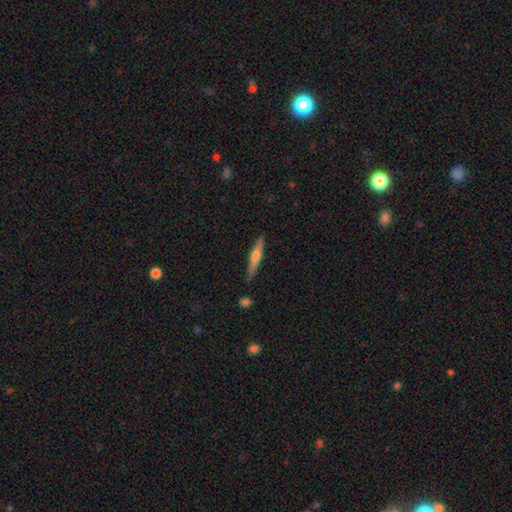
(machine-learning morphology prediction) smooth_or_featured: featured or disk (p=0.51) [alt: smooth p=0.43]
disk_edge_on: yes (p=0.96) [alt: no p=0.04]
merging: none (p=0.86) [alt: minor disturbance p=0.10]